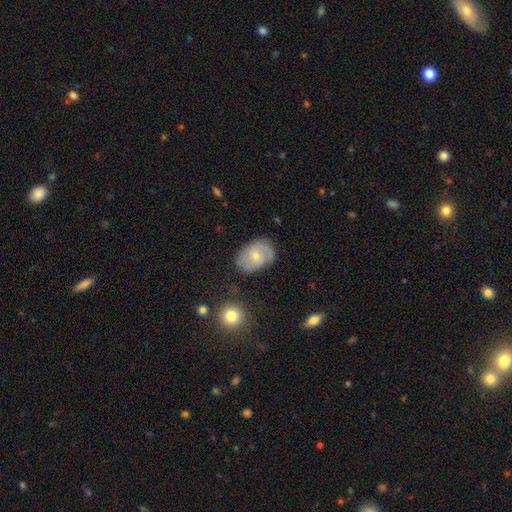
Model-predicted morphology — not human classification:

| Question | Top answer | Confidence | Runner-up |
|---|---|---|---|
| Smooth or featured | featured or disk | 51% | smooth (42%) |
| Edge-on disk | no | 96% | yes (4%) |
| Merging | none | 64% | minor disturbance (25%) |